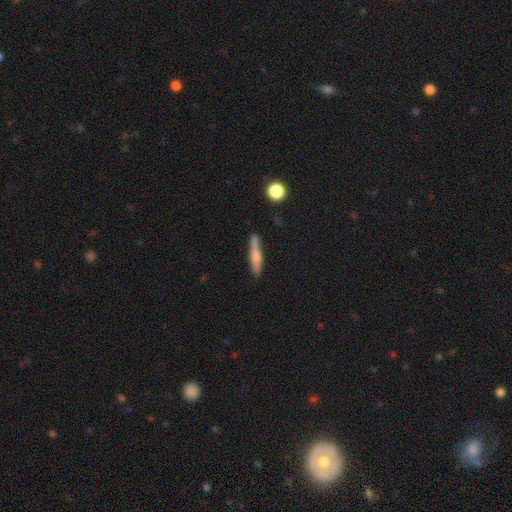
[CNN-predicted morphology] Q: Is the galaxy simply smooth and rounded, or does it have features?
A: smooth — 62%.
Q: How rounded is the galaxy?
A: cigar-shaped — 88%.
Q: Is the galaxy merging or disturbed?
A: none — 75%.